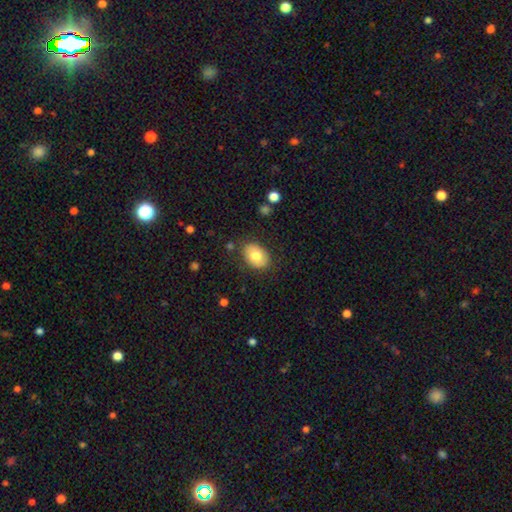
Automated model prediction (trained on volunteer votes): Overall: smooth (77%). How rounded: in between (77%). Merging: none (83%).